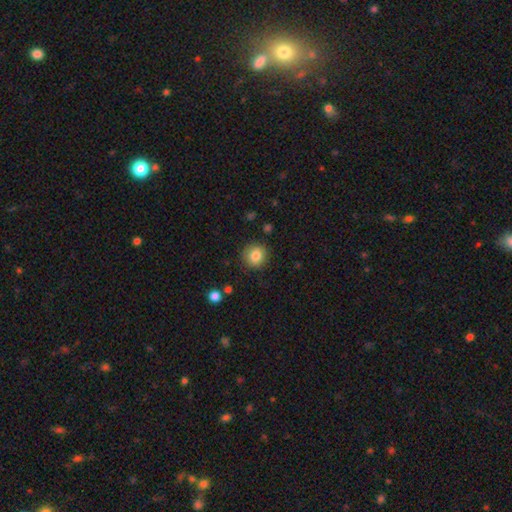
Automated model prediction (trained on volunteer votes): smooth-or-featured: smooth: 84% | star or artifact: 9% | featured or disk: 6%
  how-rounded: round: 89% | in between: 10% | cigar-shaped: 1%
  merging: none: 88% | minor disturbance: 8% | major disturbance: 2% | merger: 1%